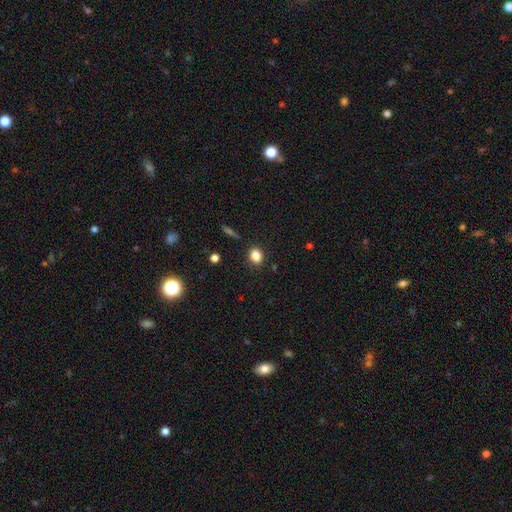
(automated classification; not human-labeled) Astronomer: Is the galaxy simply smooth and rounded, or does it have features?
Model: smooth — 84%.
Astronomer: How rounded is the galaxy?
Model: round — 51% (runner-up: in between, 47%).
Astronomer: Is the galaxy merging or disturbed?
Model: none — 87%.